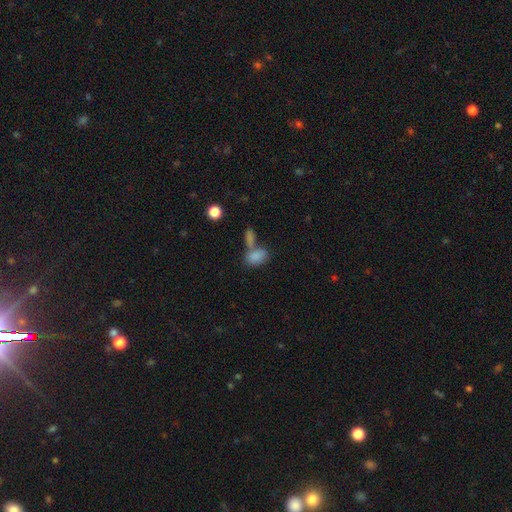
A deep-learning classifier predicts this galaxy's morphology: Smooth or featured: smooth — 82% (star or artifact — 9%)
How rounded: in between — 87% (round — 11%)
Merging: merger — 46% (none — 38%)